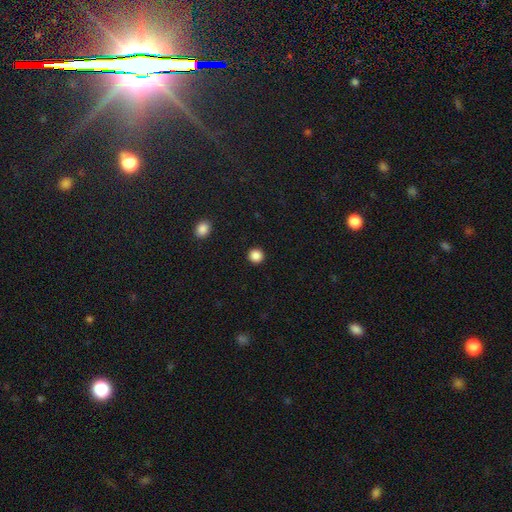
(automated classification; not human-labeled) A smooth galaxy with no disk features (86%) that is round (94%). Merging: none (93%).